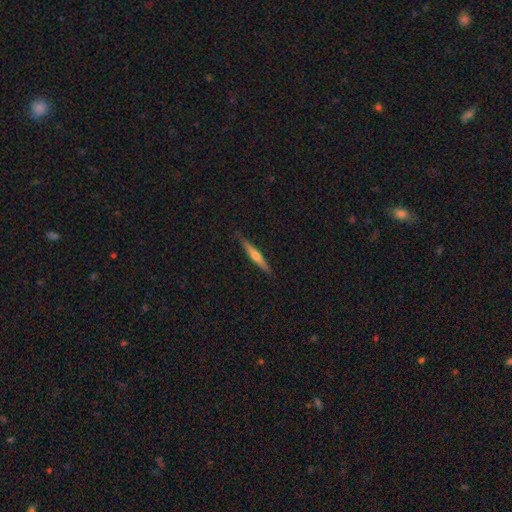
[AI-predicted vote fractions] Smooth or featured: featured or disk — 59% (smooth — 36%)
Edge-on disk: yes — 97% (no — 3%)
Edge-on bulge: rounded — 86% (none — 10%)
Merging: none — 88% (minor disturbance — 10%)